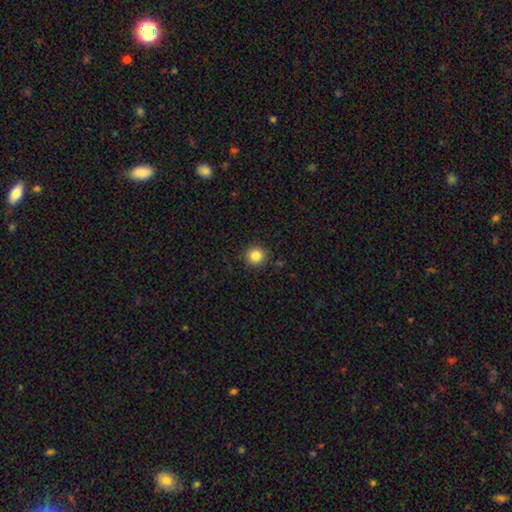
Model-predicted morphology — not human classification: Smooth or featured? Predicted: smooth (p=0.85). How rounded? Predicted: round (p=0.95). Merging? Predicted: none (p=0.91).